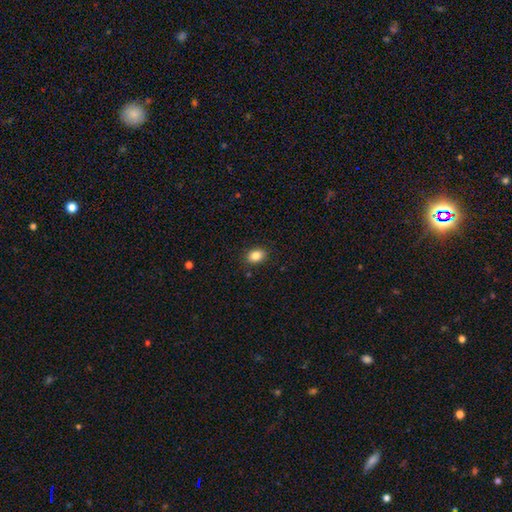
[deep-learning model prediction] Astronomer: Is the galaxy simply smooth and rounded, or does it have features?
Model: smooth — 85%.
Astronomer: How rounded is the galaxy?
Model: in between — 69%.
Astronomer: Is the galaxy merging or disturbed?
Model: none — 87%.